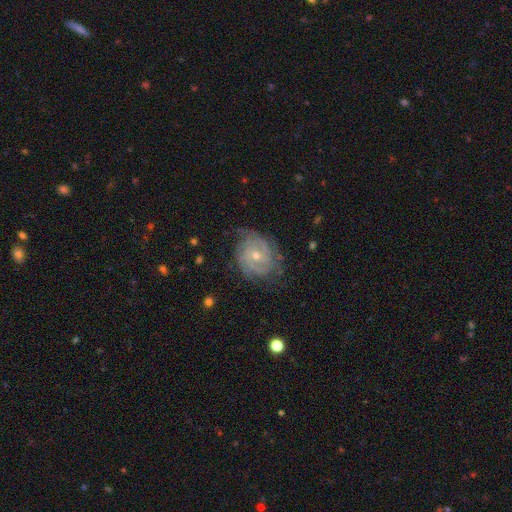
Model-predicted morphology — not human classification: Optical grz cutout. It shows a featured or disk galaxy (82%) with no bar (65%), 2 (31%) tight (69%) spiral arms (95%) and a small central bulge (49%). Merging: none (73%).